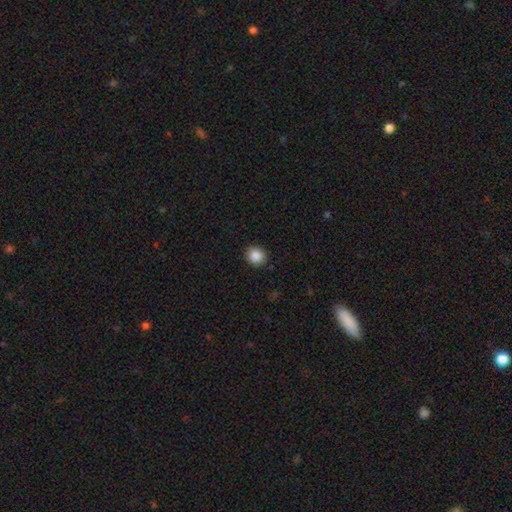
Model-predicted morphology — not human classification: Overall: smooth (87%). How rounded: round (88%). Merging: none (91%).